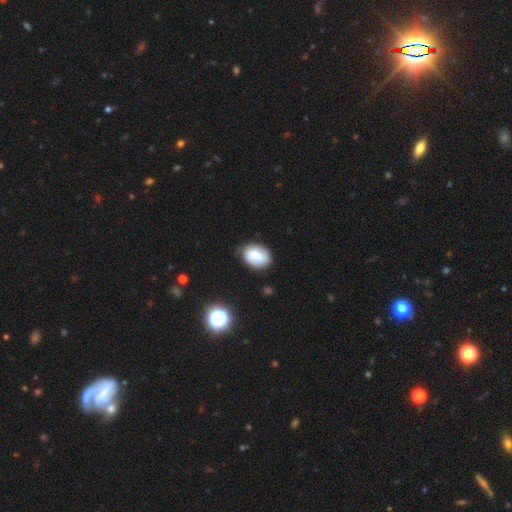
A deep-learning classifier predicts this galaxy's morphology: Smooth or featured? smooth (79%)
How rounded? in between (77%)
Merging? none (70%)